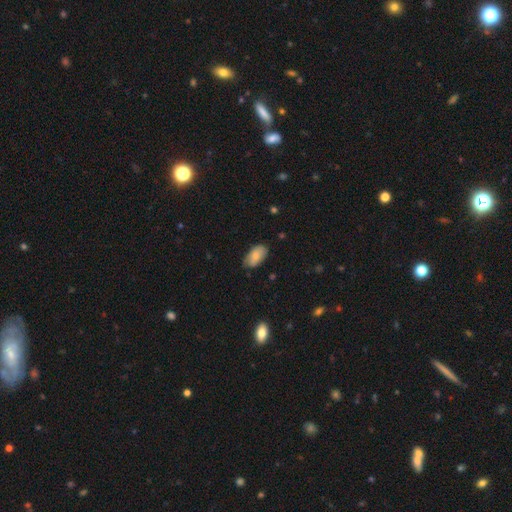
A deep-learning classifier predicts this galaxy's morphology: Smooth or featured: smooth — 75% (featured or disk — 18%)
How rounded: in between — 94% (round — 4%)
Merging: none — 65% (minor disturbance — 28%)